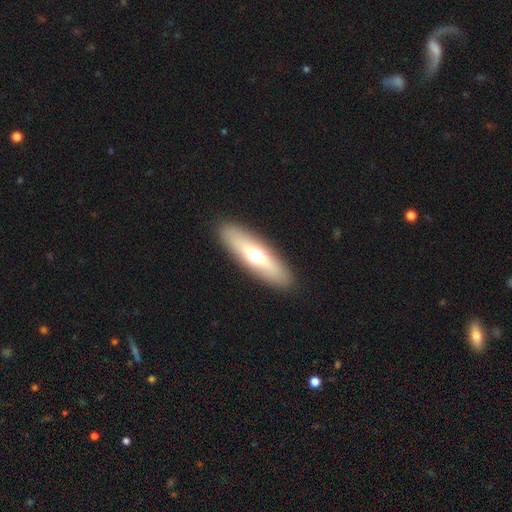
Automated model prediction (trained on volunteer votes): This appears to be a smooth galaxy with no disk features (56%) that is cigar-shaped (63%). Merging: none (90%).